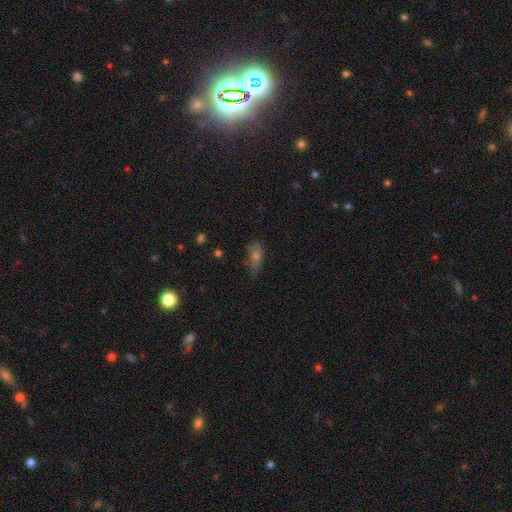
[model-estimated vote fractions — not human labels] Q: Smooth or featured?
A: smooth (61%); runner-up: featured or disk (21%)
Q: How rounded?
A: in between (71%); runner-up: cigar-shaped (20%)
Q: Merging?
A: none (55%); runner-up: minor disturbance (31%)